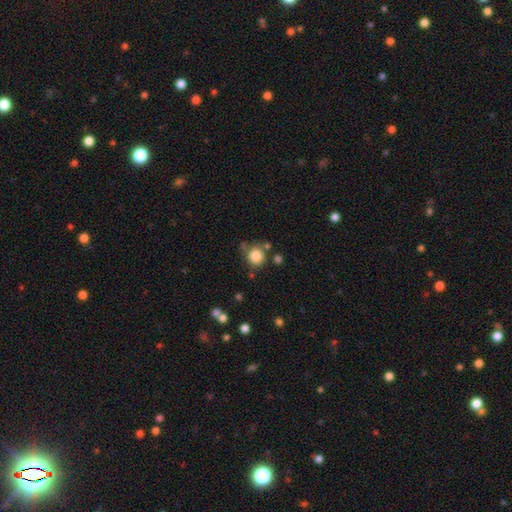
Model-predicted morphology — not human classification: A smooth galaxy with no disk features (83%) that is round (91%). Merging: none (71%).